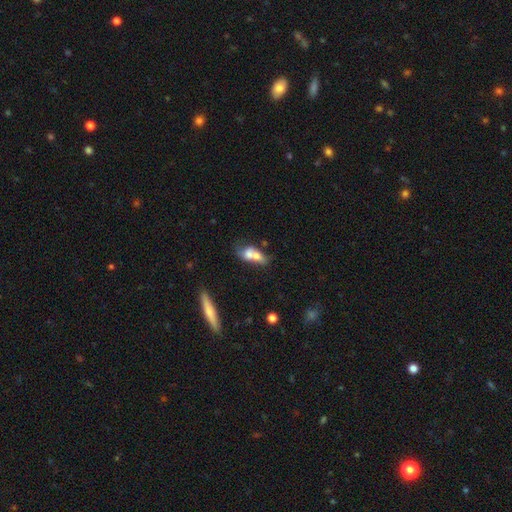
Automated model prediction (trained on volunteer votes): Q: Smooth or featured?
A: smooth (63%); runner-up: featured or disk (28%)
Q: How rounded?
A: in between (68%); runner-up: round (19%)
Q: Merging?
A: merger (66%); runner-up: none (18%)